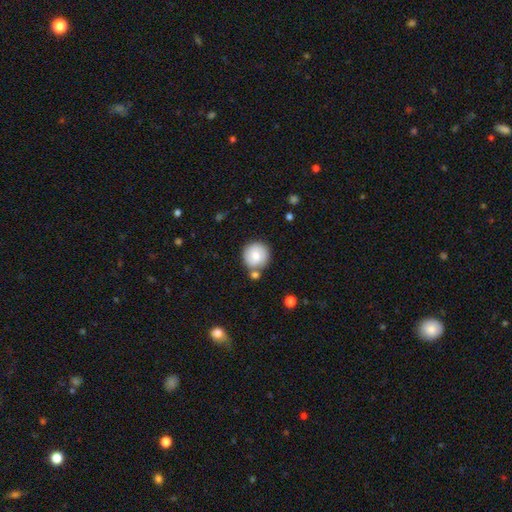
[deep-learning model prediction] Morphology: type=smooth (77%); roundness=round (94%); merging=none (70%).